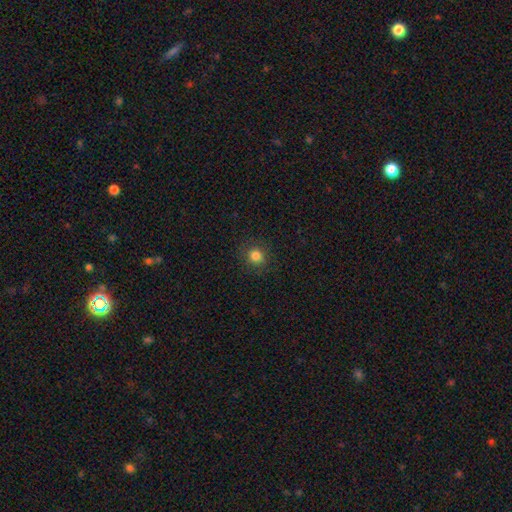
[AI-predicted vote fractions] Smooth or featured: smooth — 82% (star or artifact — 12%)
How rounded: round — 89% (in between — 10%)
Merging: none — 89% (minor disturbance — 8%)